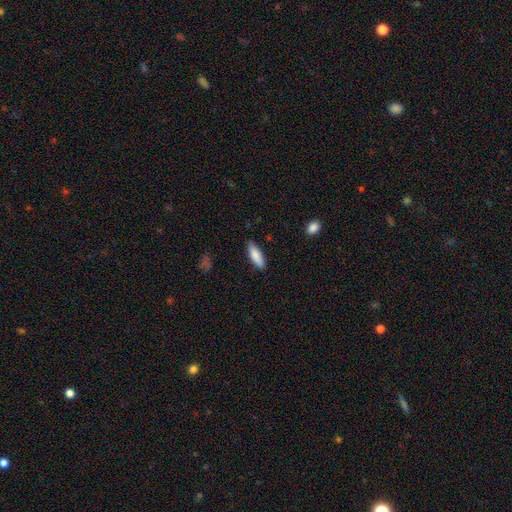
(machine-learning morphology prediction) smooth-or-featured: smooth: 86% | featured or disk: 9% | star or artifact: 6%
  how-rounded: in between: 53% | cigar-shaped: 45% | round: 2%
  merging: none: 86% | minor disturbance: 11% | major disturbance: 2% | merger: 1%